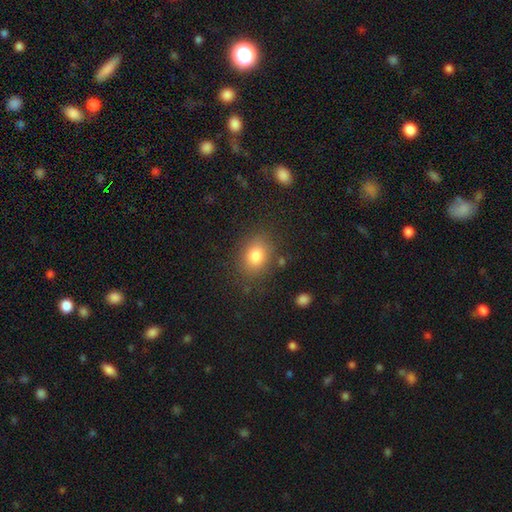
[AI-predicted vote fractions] Overall: smooth (81%). How rounded: in between (57%; round 42%). Merging: none (81%).